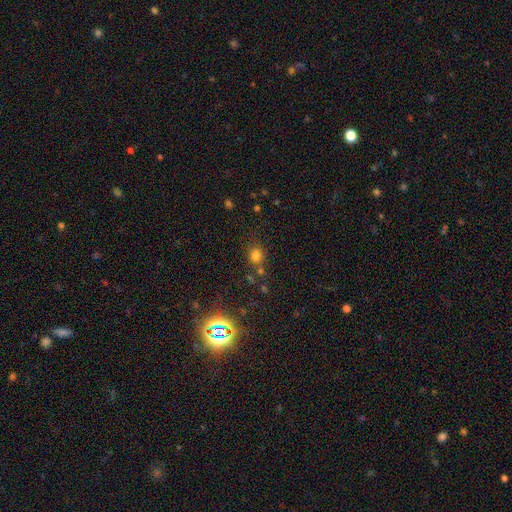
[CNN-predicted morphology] smooth_or_featured: smooth (p=0.73) [alt: star or artifact p=0.20]
how_rounded: round (p=0.70) [alt: in between p=0.28]
merging: none (p=0.70) [alt: minor disturbance p=0.13]